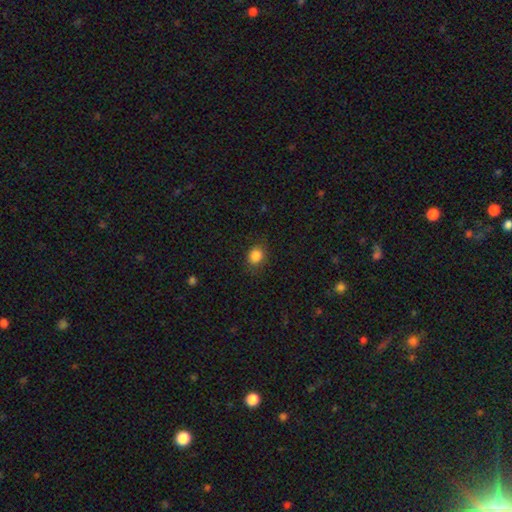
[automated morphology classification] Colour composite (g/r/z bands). It shows a smooth galaxy with no disk features (85%) that is round (60%). Merging: none (82%).